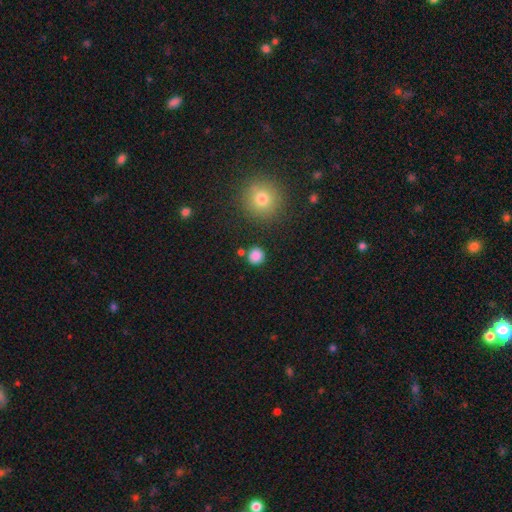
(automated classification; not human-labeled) Morphology: type=smooth (85%); roundness=round (93%); merging=none (85%).